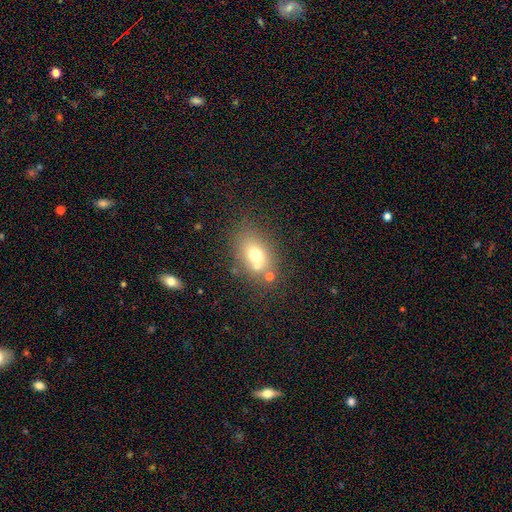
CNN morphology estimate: Smooth or featured? smooth (67%)
How rounded? in between (72%)
Merging? none (59%)